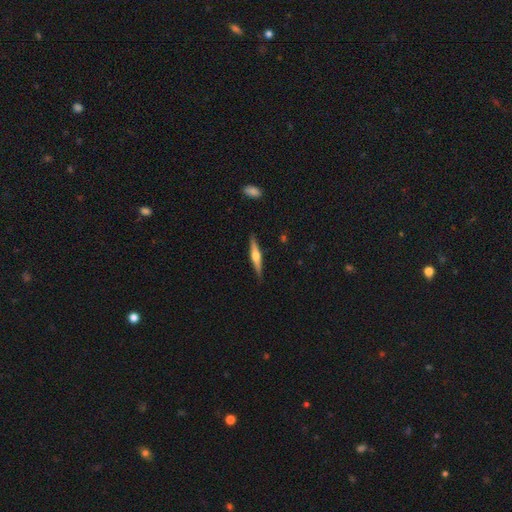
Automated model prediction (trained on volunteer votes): Smooth or featured? featured or disk (64%)
Edge-on disk? yes (97%)
Edge-on bulge? rounded (90%)
Merging? none (88%)